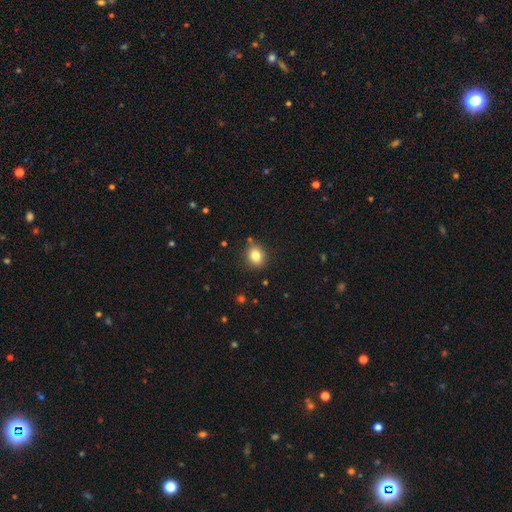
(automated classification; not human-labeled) Q: Smooth or featured?
A: smooth (82%); runner-up: star or artifact (11%)
Q: How rounded?
A: round (66%); runner-up: in between (33%)
Q: Merging?
A: none (85%); runner-up: minor disturbance (10%)